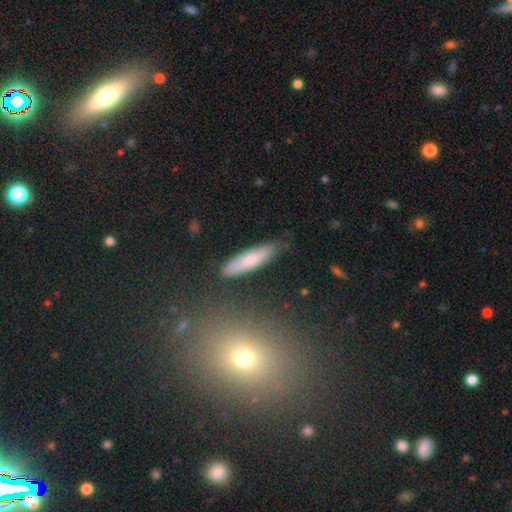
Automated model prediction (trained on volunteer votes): Smooth or featured? smooth (75%)
How rounded? cigar-shaped (72%)
Merging? none (81%)